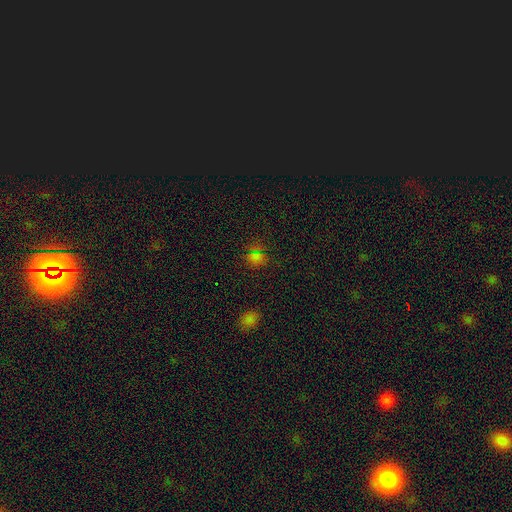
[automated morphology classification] The model was most divided on "smooth or featured": smooth: 63%, star or artifact: 32%, featured or disk: 5%. More confident: merging — none (85%); how rounded — round (83%).